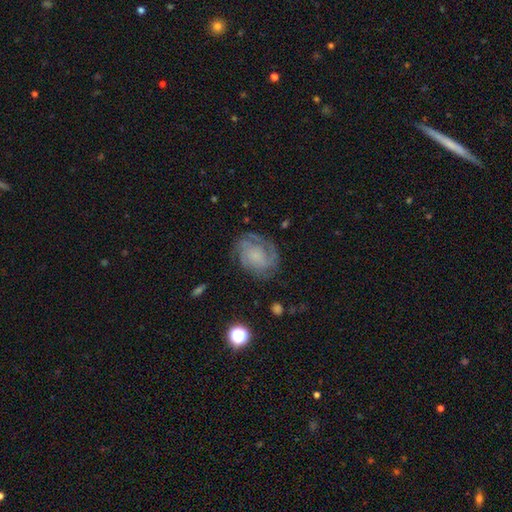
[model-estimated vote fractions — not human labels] The model was most divided on "spiral arm count" (2-way tie): 2: 29%, can't tell: 29%, 3: 24%, 4: 7%, 1: 6%, more than 4: 5%. Remaining: edge-on disk — no (98%); spiral arms — yes (93%); smooth or featured — featured or disk (75%); merging — none (71%); bar — no (70%); spiral winding — tight (57%); bulge size — none (38%).